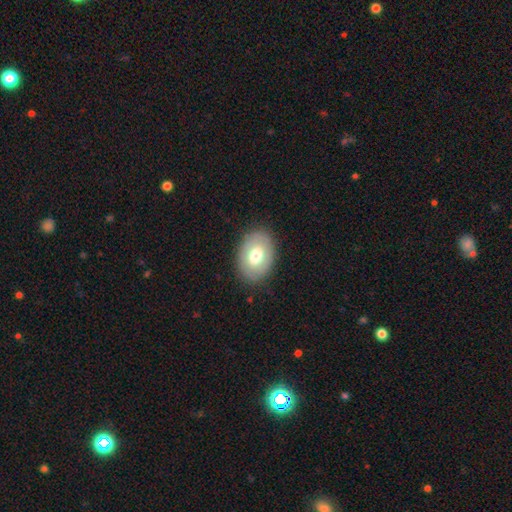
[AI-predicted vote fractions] Smooth or featured: smooth — 63% (featured or disk — 30%)
How rounded: in between — 82% (round — 17%)
Merging: none — 85% (minor disturbance — 11%)